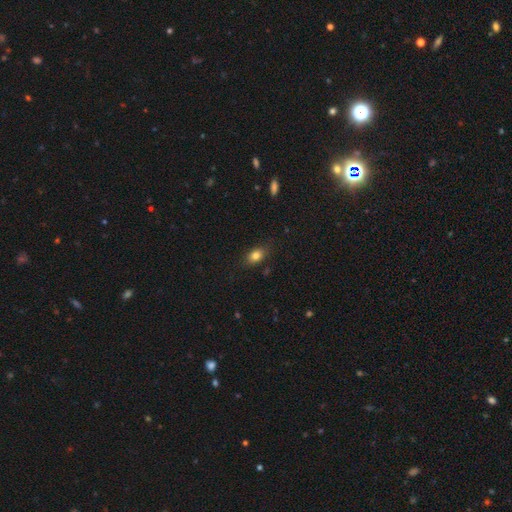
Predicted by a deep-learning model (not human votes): Smooth or featured?
  - smooth: 81% *
  - star or artifact: 10%
  - featured or disk: 9%
How rounded?
  - in between: 77% *
  - round: 20%
  - cigar-shaped: 3%
Merging?
  - none: 82% *
  - minor disturbance: 14%
  - major disturbance: 3%
  - merger: 1%